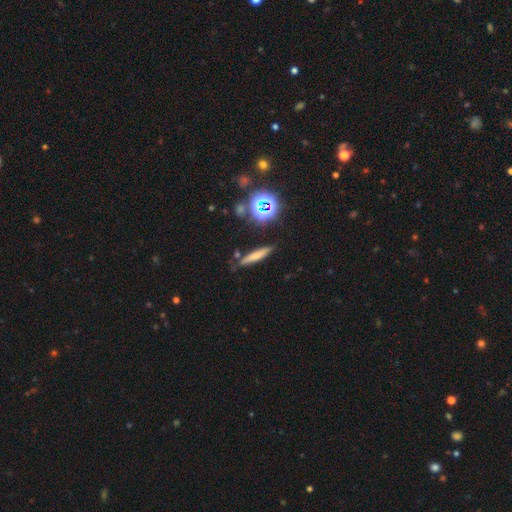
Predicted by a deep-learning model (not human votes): smooth_or_featured: smooth (p=0.60) [alt: featured or disk p=0.24]
how_rounded: cigar-shaped (p=0.86) [alt: in between p=0.10]
merging: none (p=0.80) [alt: minor disturbance p=0.12]